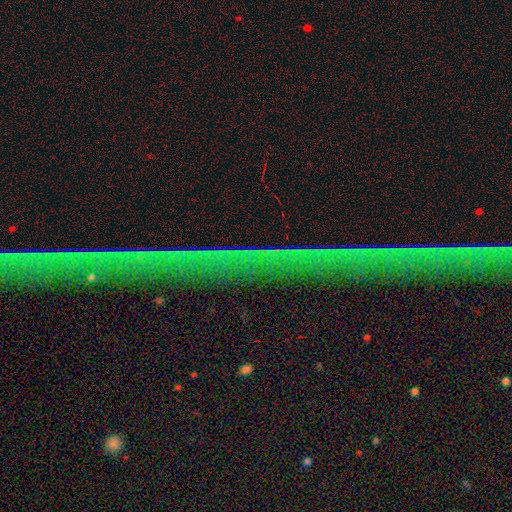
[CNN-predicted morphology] Smooth or featured?
  - star or artifact: 80% *
  - featured or disk: 11%
  - smooth: 9%